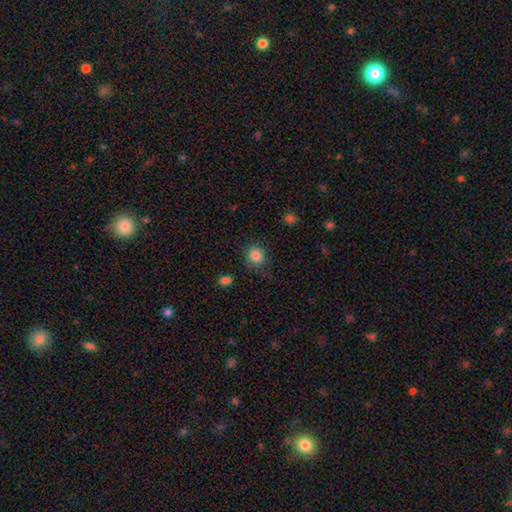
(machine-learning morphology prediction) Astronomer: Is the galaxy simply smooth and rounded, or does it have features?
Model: smooth — 85%.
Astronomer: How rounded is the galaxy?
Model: round — 89%.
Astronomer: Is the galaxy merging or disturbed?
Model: none — 80%.